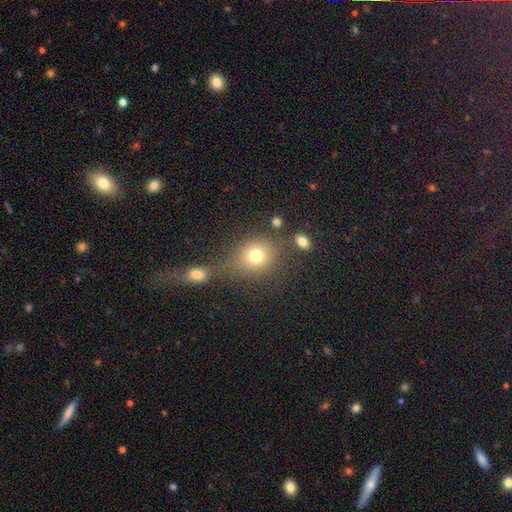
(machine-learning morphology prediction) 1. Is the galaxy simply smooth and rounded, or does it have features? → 75% smooth, 14% star or artifact, 11% featured or disk.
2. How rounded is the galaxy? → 72% round, 26% in between, 1% cigar-shaped.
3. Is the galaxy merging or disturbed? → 59% none, 21% merger, 12% minor disturbance, 7% major disturbance.